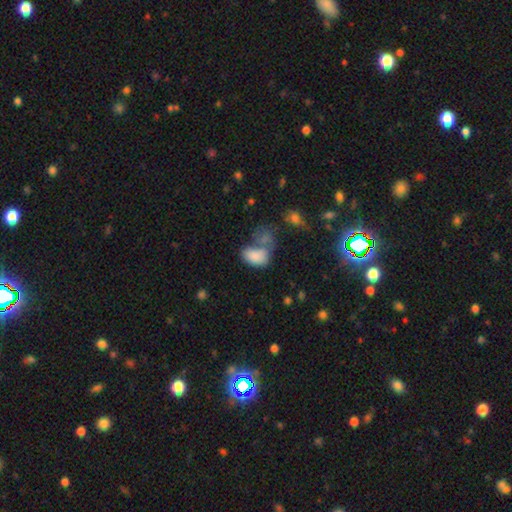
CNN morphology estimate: This is clearly a smooth galaxy (81%). How rounded: clearly in between (90%). Merging: possibly merger (50%).